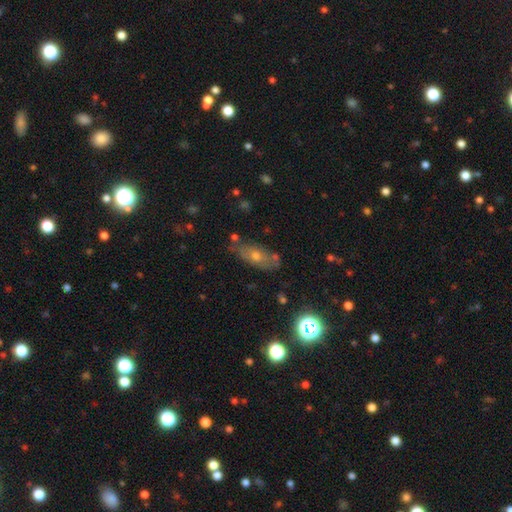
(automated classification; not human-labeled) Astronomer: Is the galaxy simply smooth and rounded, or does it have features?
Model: smooth — 45% (runner-up: featured or disk, 39%).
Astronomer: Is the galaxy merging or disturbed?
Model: none — 69%.